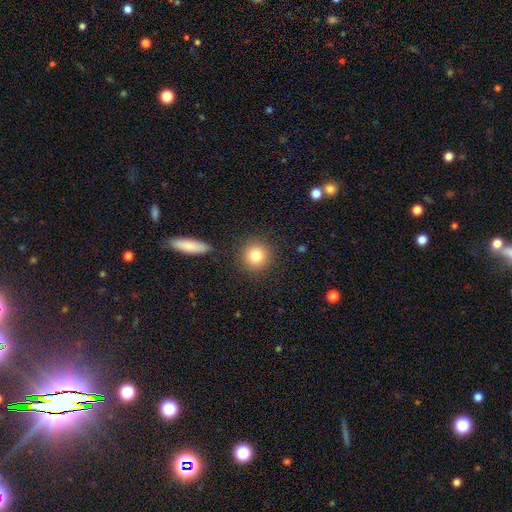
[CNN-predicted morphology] smooth-or-featured: smooth: 82% | star or artifact: 10% | featured or disk: 8%
  how-rounded: round: 92% | in between: 7% | cigar-shaped: 1%
  merging: none: 88% | minor disturbance: 7% | major disturbance: 3% | merger: 2%